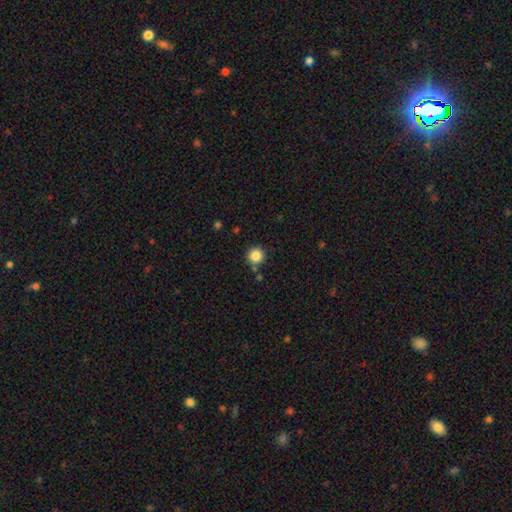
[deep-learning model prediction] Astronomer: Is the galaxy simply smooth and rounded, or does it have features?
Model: smooth — 85%.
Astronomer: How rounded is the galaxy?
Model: round — 95%.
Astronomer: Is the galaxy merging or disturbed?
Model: none — 82%.